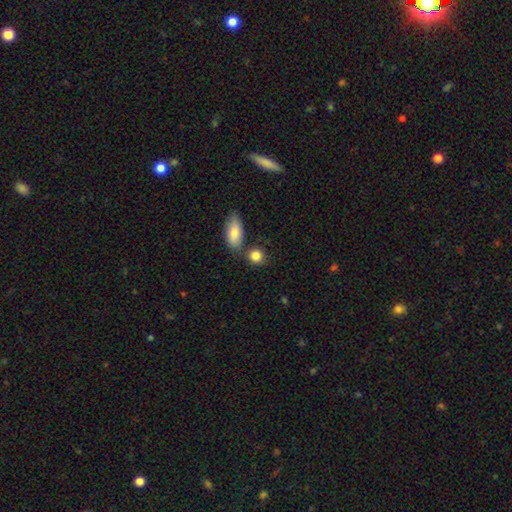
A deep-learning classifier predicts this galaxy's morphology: smooth 86%, star or artifact 8%, featured or disk 6%. Down the decision tree: how rounded — round (62%); merging — none (68%).